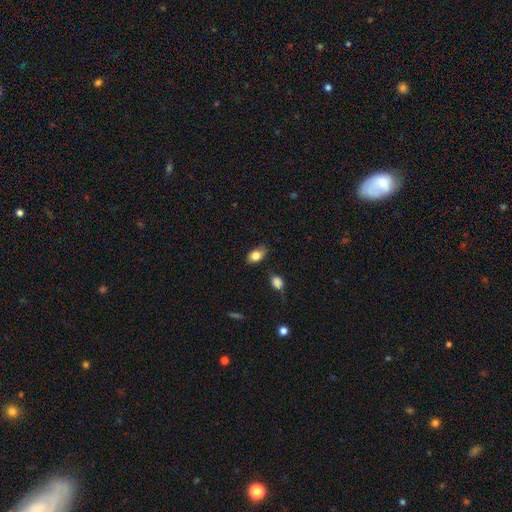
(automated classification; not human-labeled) smooth 81%, featured or disk 11%, star or artifact 8%. Down the decision tree: how rounded — in between (86%); merging — none (72%).